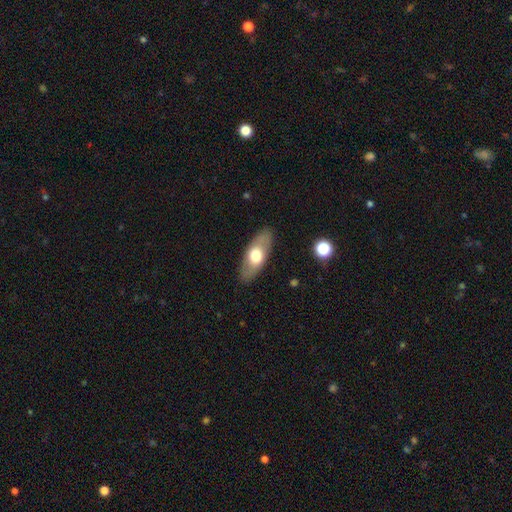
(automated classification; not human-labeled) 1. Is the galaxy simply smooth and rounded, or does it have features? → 56% smooth, 38% featured or disk, 6% star or artifact.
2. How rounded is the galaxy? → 78% in between, 18% cigar-shaped, 4% round.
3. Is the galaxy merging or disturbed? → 86% none, 10% minor disturbance, 3% major disturbance, 1% merger.